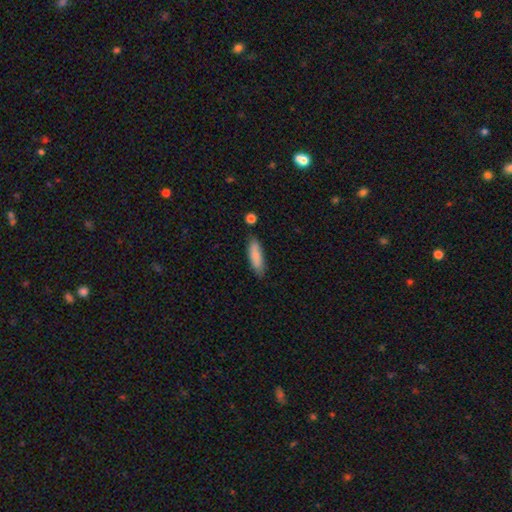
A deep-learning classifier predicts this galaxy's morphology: A smooth galaxy with no disk features (84%) that is cigar-shaped (52%). Merging: none (78%).